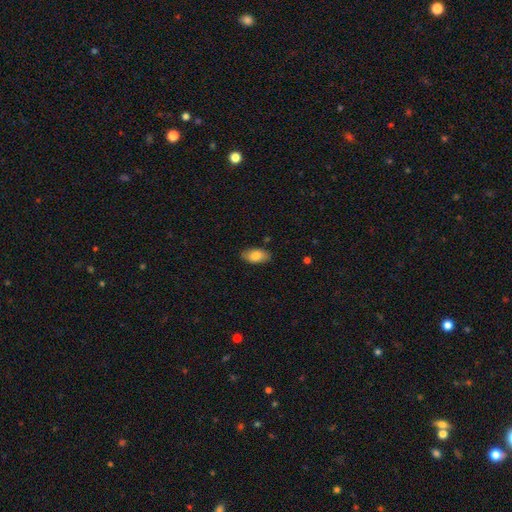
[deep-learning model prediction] Smooth or featured? smooth (81%)
How rounded? in between (93%)
Merging? none (84%)